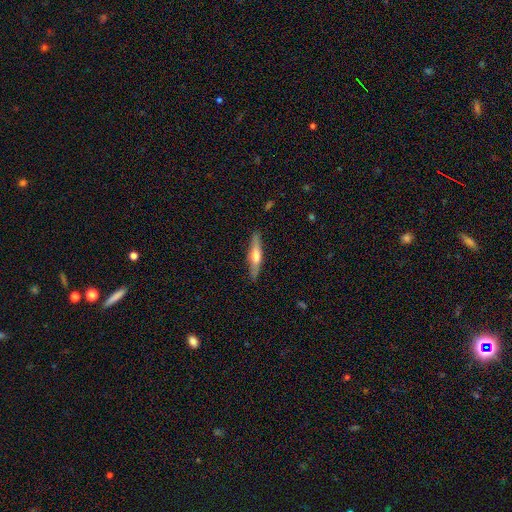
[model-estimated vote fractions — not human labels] This is possibly a featured or disk galaxy (54%). It is clearly viewed edge-on (93%). Edge-on bulge: likely rounded (77%). Merging: clearly none (87%).